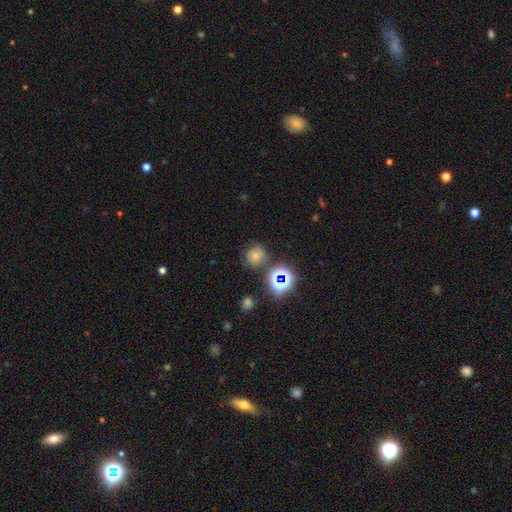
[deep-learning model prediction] smooth 64%, star or artifact 26%, featured or disk 10%. Down the decision tree: how rounded — round (86%); merging — none (74%).